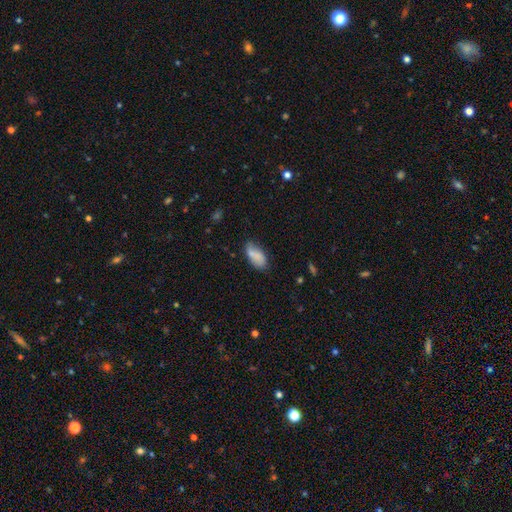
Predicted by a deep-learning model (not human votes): Smooth or featured? smooth (78%)
How rounded? in between (91%)
Merging? none (65%)